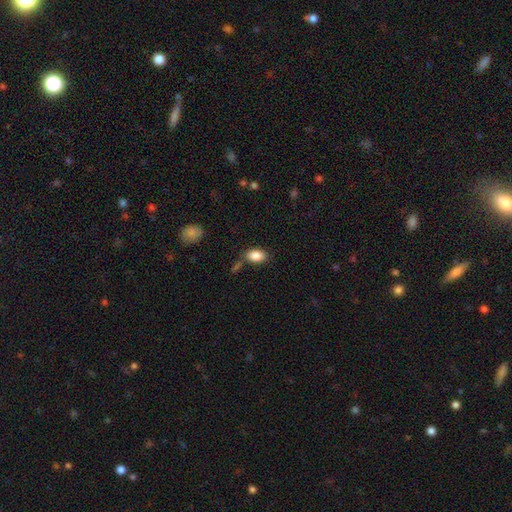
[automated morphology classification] Smooth or featured? Predicted: smooth (p=0.87). How rounded? Predicted: in between (p=0.89). Merging? Predicted: none (p=0.69).